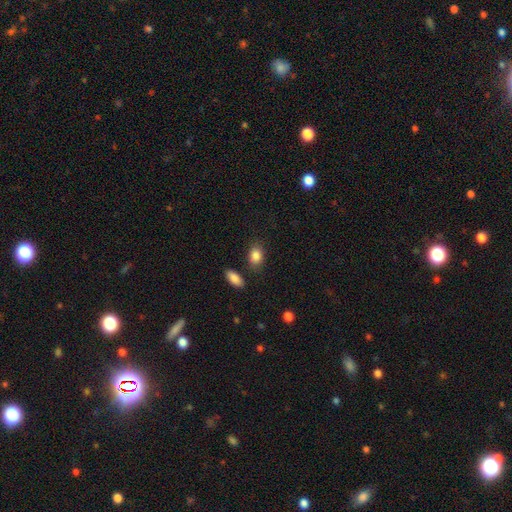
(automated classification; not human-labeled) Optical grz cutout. It shows a smooth galaxy with no disk features (87%) that is in between round and cigar-shaped (80%). Merging: none (78%).